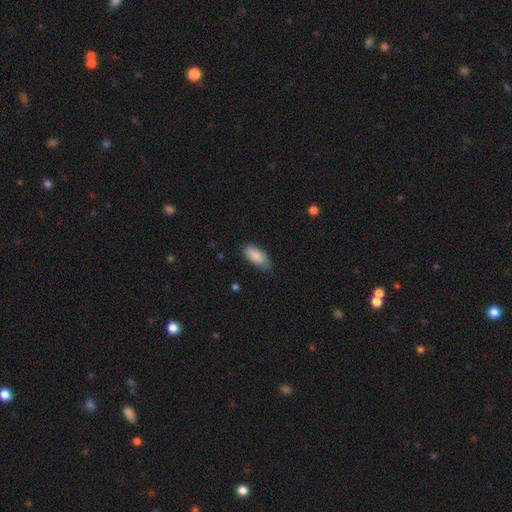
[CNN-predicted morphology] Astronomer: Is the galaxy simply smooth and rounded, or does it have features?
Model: smooth — 88%.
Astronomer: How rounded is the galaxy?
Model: in between — 89%.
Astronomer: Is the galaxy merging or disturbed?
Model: none — 70%.